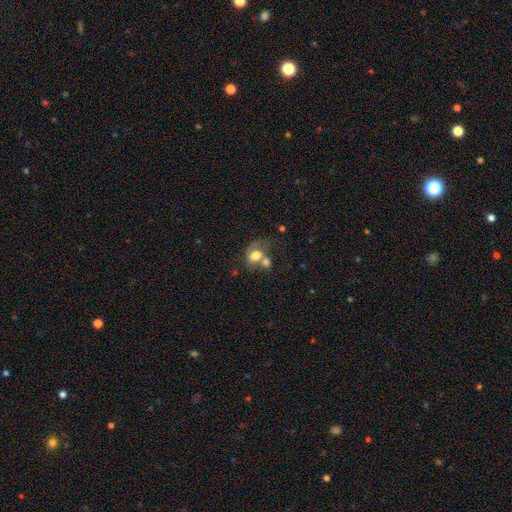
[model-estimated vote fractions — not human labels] Smooth or featured?
  - smooth: 64% *
  - featured or disk: 27%
  - star or artifact: 9%
How rounded?
  - in between: 52% *
  - round: 47%
  - cigar-shaped: 1%
Merging?
  - merger: 57% *
  - none: 18%
  - major disturbance: 14%
  - minor disturbance: 10%